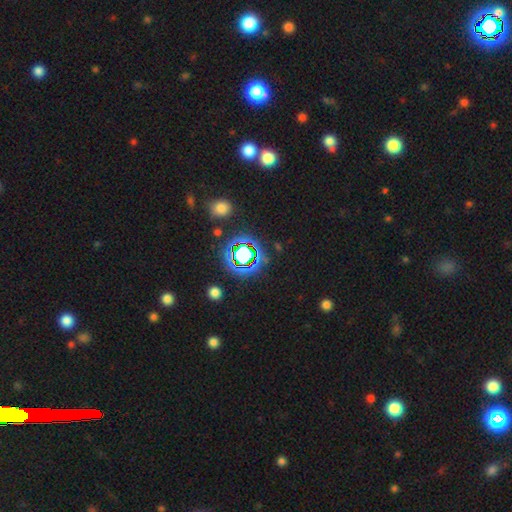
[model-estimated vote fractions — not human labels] A star or artifact, not a galaxy (75%).

Vote fractions:
- Smooth or featured? star or artifact: 75% / smooth: 17% / featured or disk: 8%